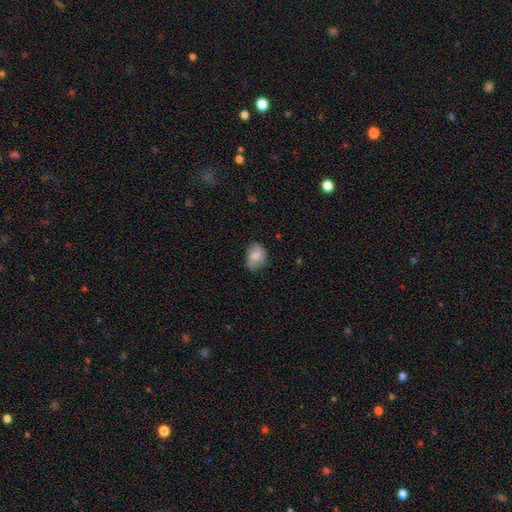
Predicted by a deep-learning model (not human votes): Smooth or featured: smooth — 68% (featured or disk — 24%)
How rounded: in between — 68% (round — 31%)
Merging: none — 62% (minor disturbance — 29%)